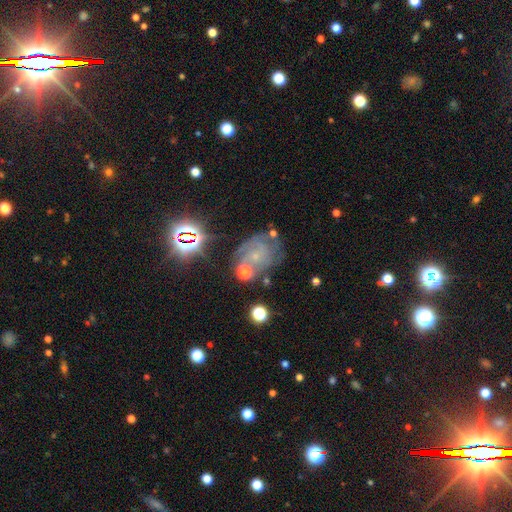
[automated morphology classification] The model was most divided on "spiral arm count": can't tell: 39%, 2: 26%, 3: 17%, 4: 7%, 1: 6%, more than 4: 5%. More confident: edge-on disk — no (97%); spiral arms — yes (88%); bulge size — small (73%); bar — no (70%); spiral winding — tight (61%); smooth or featured — featured or disk (61%); merging — none (60%).